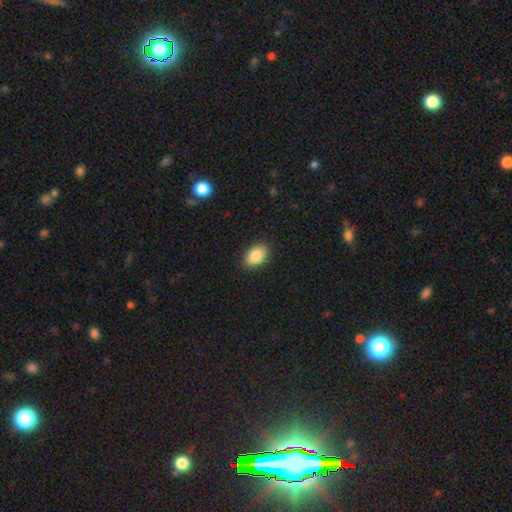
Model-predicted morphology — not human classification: The model was most divided on "how rounded": in between: 85%, round: 14%, cigar-shaped: 1%. More confident: merging — none (89%); smooth or featured — smooth (88%).